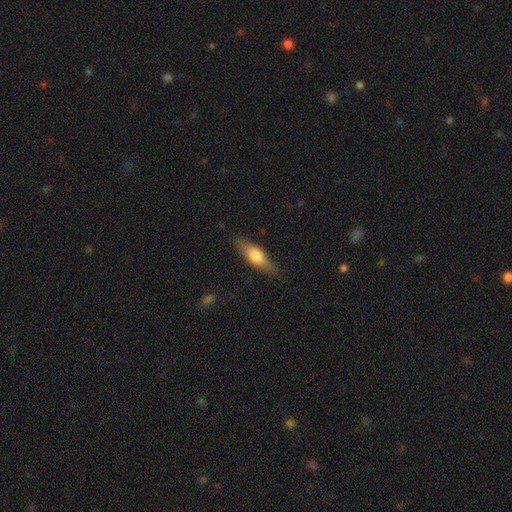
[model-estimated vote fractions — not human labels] Smooth or featured? Predicted: smooth (p=0.62). How rounded? Predicted: cigar-shaped (p=0.49). Merging? Predicted: none (p=0.83).